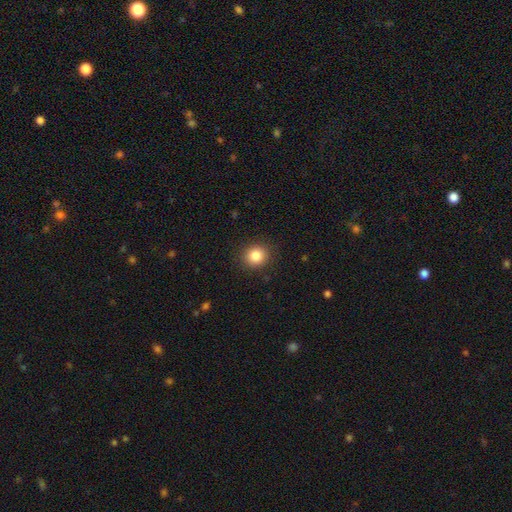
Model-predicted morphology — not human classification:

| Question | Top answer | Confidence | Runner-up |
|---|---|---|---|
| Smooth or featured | smooth | 85% | star or artifact (10%) |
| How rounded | round | 87% | in between (12%) |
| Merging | none | 90% | minor disturbance (7%) |